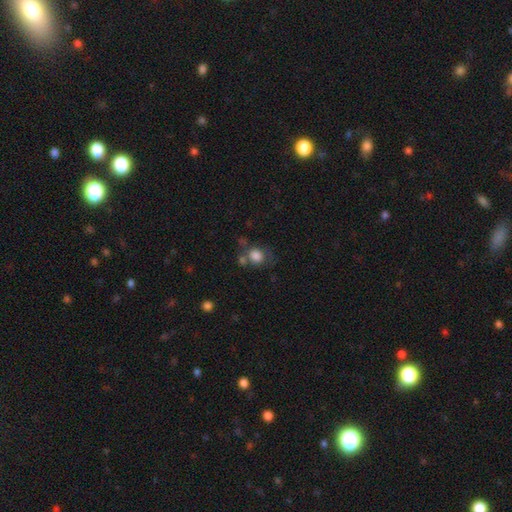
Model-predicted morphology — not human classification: type=smooth (80%); roundness=round (72%); merging=none (50%).